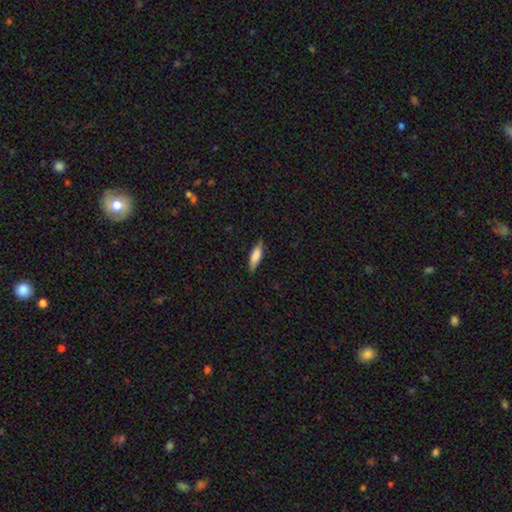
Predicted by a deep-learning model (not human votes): Smooth or featured: smooth — 79% (featured or disk — 15%)
How rounded: in between — 51% (cigar-shaped — 47%)
Merging: none — 80% (minor disturbance — 16%)